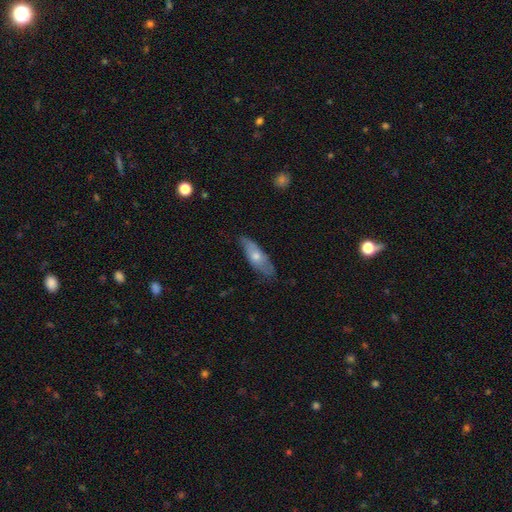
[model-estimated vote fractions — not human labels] smooth_or_featured: smooth (p=0.50) [alt: featured or disk p=0.44]
merging: none (p=0.76) [alt: minor disturbance p=0.20]